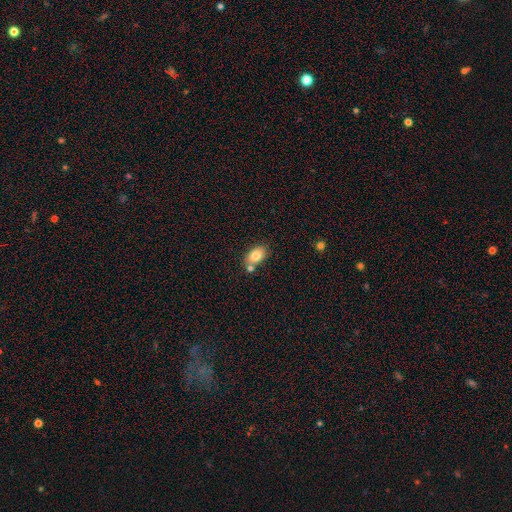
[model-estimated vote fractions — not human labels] smooth 82%, featured or disk 10%, star or artifact 8%. Down the decision tree: how rounded — in between (85%); merging — none (65%).